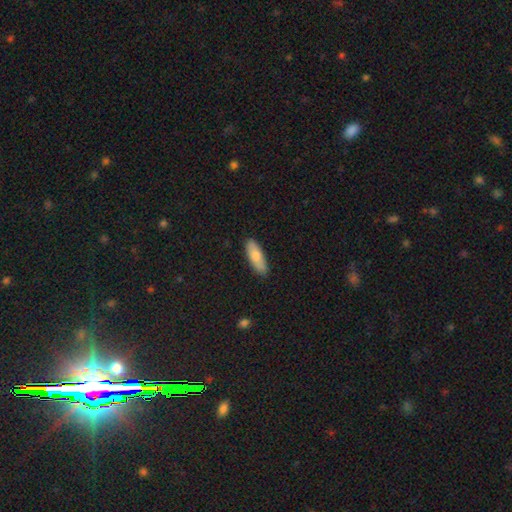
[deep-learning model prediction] This is likely a smooth galaxy (75%). How rounded: likely in between (61%). Merging: clearly none (87%).